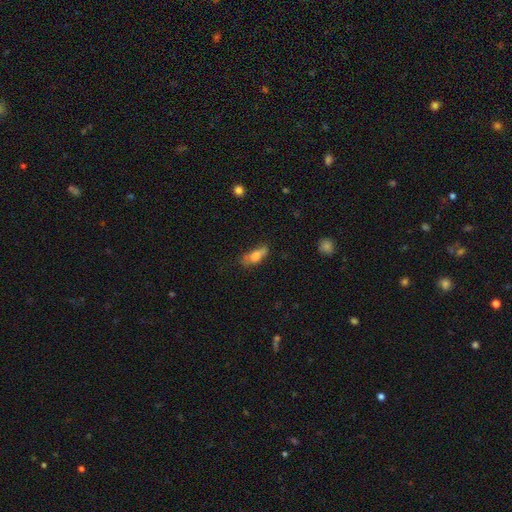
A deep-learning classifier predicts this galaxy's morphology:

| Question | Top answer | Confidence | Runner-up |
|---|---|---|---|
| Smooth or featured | smooth | 70% | featured or disk (21%) |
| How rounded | in between | 69% | cigar-shaped (27%) |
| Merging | none | 43% | minor disturbance (33%) |